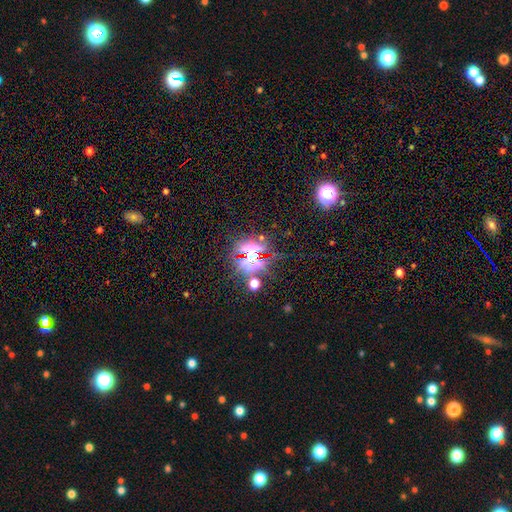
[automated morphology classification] This appears to be a star or artifact, not a galaxy (70%).